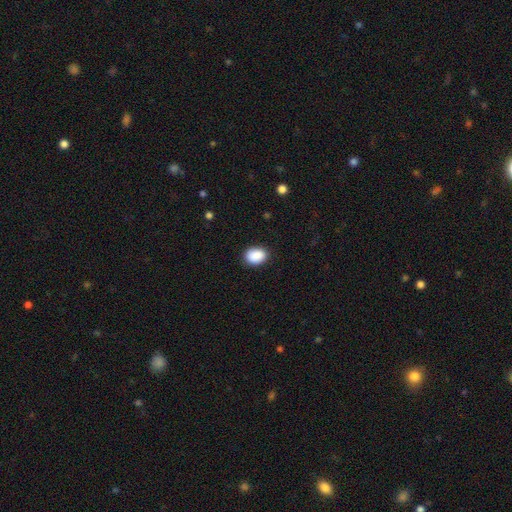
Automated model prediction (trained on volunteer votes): smooth 90%, star or artifact 7%, featured or disk 3%. Down the decision tree: how rounded — in between (67%); merging — none (87%).